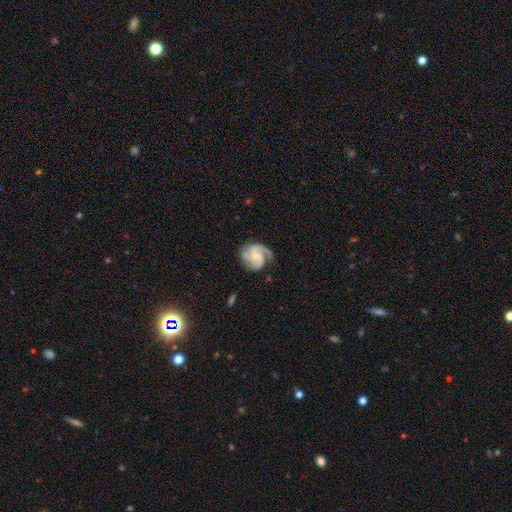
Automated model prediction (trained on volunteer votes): Smooth or featured: featured or disk — 89% (smooth — 7%)
Edge-on disk: no — 98% (yes — 2%)
Bar: no — 53% (weak — 39%)
Spiral arms: yes — 98% (no — 2%)
Spiral winding: medium — 49% (tight — 40%)
Spiral arm count: 3 — 44% (2 — 39%)
Bulge size: small — 57% (moderate — 30%)
Merging: none — 68% (minor disturbance — 20%)